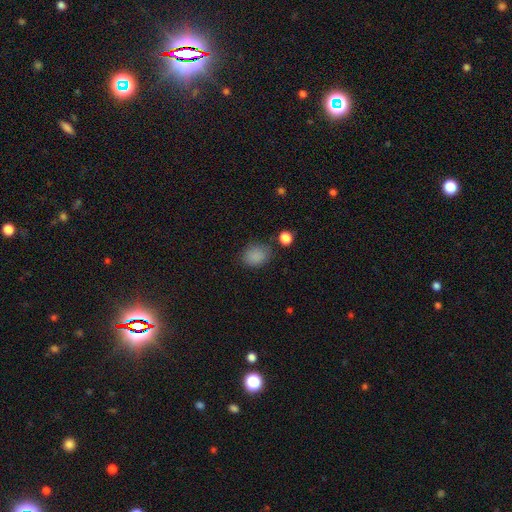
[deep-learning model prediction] This is clearly a smooth galaxy (85%). How rounded: possibly in between (53%). Merging: likely none (77%).